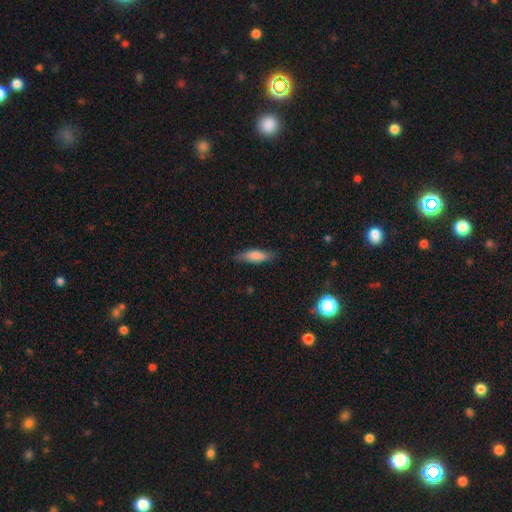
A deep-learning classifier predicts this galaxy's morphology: Smooth or featured: smooth — 79% (featured or disk — 14%)
How rounded: cigar-shaped — 53% (in between — 45%)
Merging: none — 79% (minor disturbance — 17%)